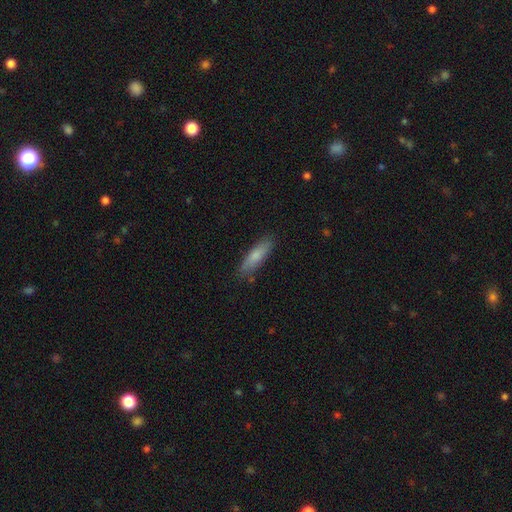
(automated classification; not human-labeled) The model was most divided on "how rounded": cigar-shaped: 65%, in between: 34%, round: 2%. More confident: merging — none (82%); smooth or featured — smooth (77%).